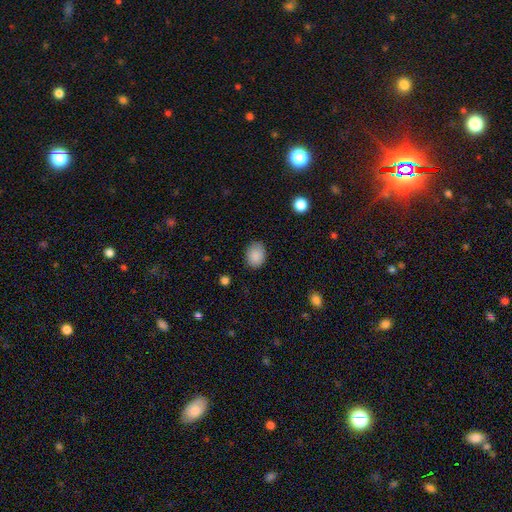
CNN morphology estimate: Q: Smooth or featured?
A: smooth (88%); runner-up: star or artifact (8%)
Q: How rounded?
A: in between (64%); runner-up: round (35%)
Q: Merging?
A: none (81%); runner-up: minor disturbance (14%)